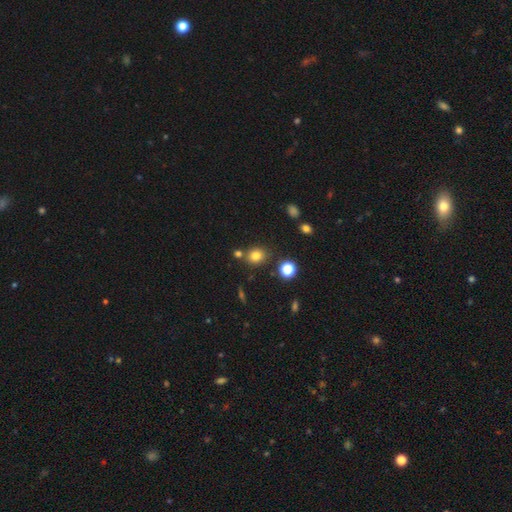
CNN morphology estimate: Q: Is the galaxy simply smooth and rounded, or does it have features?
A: smooth — 78%.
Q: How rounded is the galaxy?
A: round — 70%.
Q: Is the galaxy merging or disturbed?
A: none — 76%.